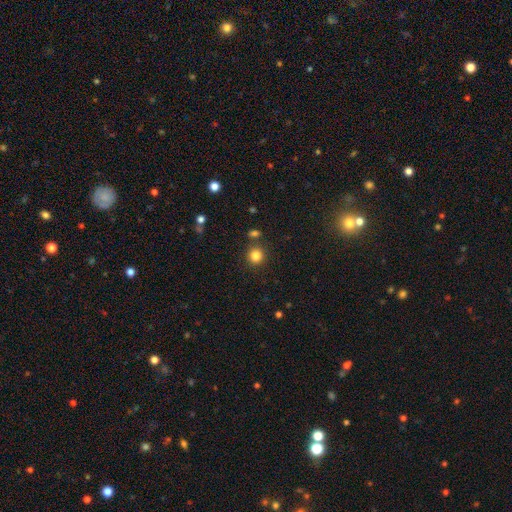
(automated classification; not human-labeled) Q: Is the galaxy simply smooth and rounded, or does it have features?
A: smooth — 83%.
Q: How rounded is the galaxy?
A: round — 91%.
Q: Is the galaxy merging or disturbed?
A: none — 83%.